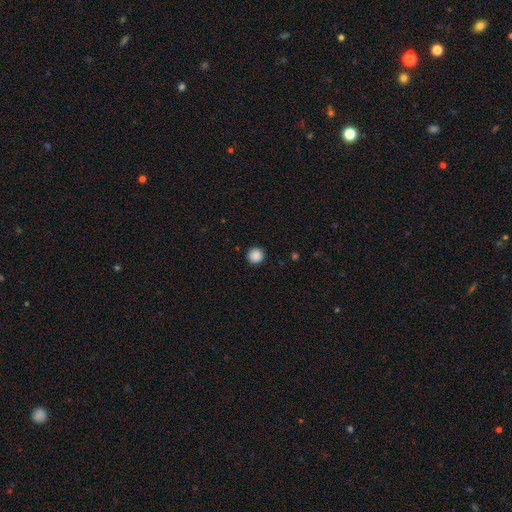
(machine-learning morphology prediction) Q: Smooth or featured?
A: smooth (88%); runner-up: star or artifact (9%)
Q: How rounded?
A: round (95%); runner-up: in between (4%)
Q: Merging?
A: none (92%); runner-up: minor disturbance (6%)